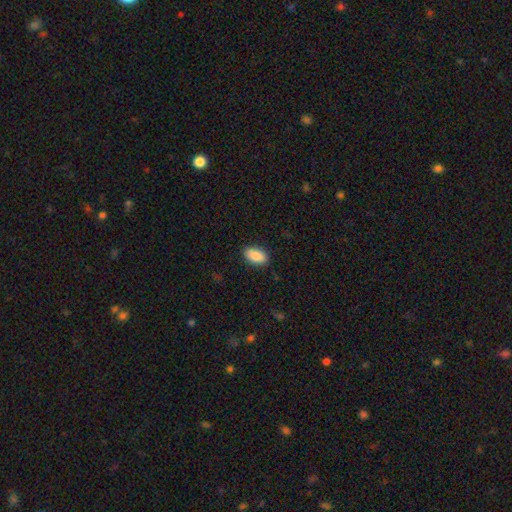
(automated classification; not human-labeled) Smooth or featured? smooth (89%)
How rounded? in between (93%)
Merging? none (89%)